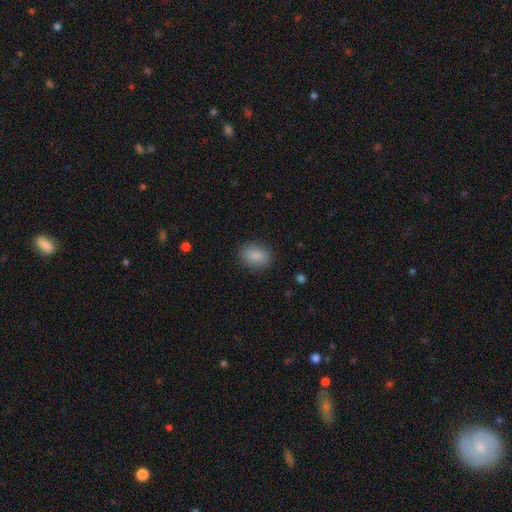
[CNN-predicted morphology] Smooth or featured: smooth — 86% (star or artifact — 8%)
How rounded: in between — 77% (round — 21%)
Merging: none — 85% (minor disturbance — 11%)